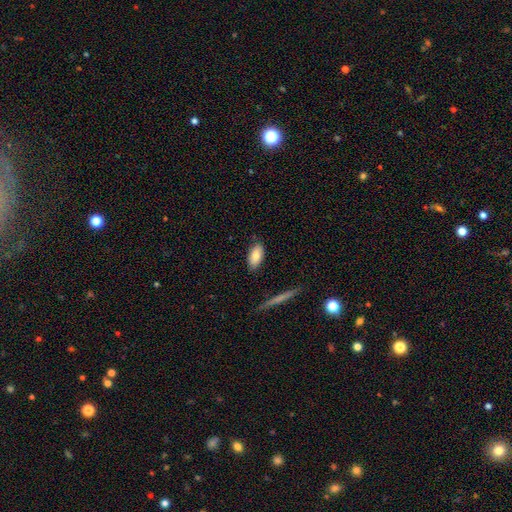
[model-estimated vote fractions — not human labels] Smooth or featured?
  - smooth: 81% *
  - featured or disk: 13%
  - star or artifact: 7%
How rounded?
  - in between: 89% *
  - cigar-shaped: 8%
  - round: 3%
Merging?
  - none: 83% *
  - minor disturbance: 12%
  - major disturbance: 2%
  - merger: 2%